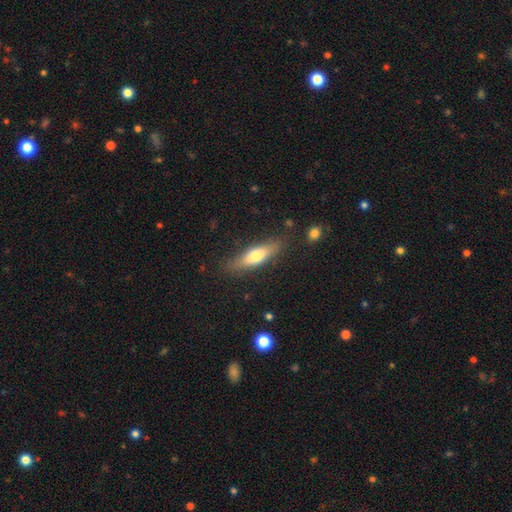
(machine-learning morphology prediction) smooth-or-featured: smooth: 63% | featured or disk: 31% | star or artifact: 6%
  how-rounded: cigar-shaped: 59% | in between: 38% | round: 2%
  merging: none: 82% | minor disturbance: 13% | major disturbance: 3% | merger: 2%